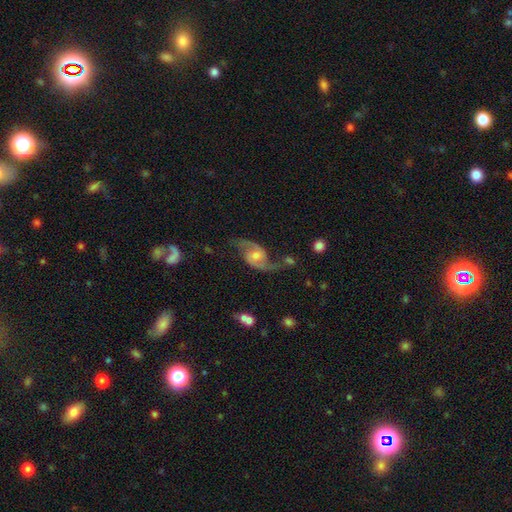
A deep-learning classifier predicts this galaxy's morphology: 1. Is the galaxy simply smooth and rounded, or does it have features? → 88% featured or disk, 7% smooth, 5% star or artifact.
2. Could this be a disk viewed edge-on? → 97% no, 3% yes.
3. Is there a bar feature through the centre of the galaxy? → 50% no, 40% weak, 10% strong.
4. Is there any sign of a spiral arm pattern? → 97% yes, 3% no.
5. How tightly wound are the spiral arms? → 61% loose, 32% medium, 7% tight.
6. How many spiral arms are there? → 94% 2, 2% can't tell, 1% 1, 1% 3, 1% 4, 1% more than 4.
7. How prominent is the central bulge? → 57% moderate, 31% small, 6% large, 4% none, 1% dominant.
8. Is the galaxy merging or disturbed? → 69% none, 17% minor disturbance, 9% major disturbance, 4% merger.